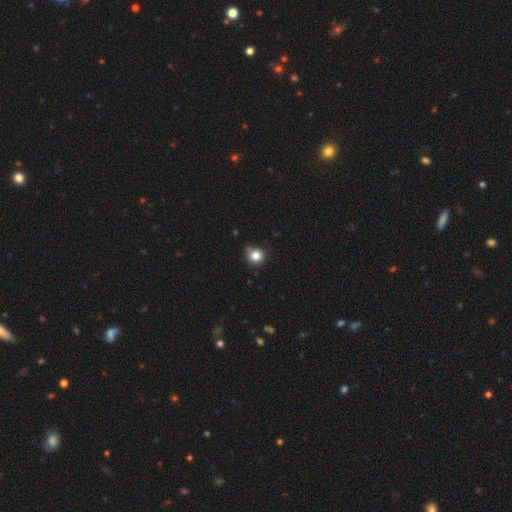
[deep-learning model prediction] Smooth or featured? Predicted: smooth (p=0.83). How rounded? Predicted: round (p=0.89). Merging? Predicted: none (p=0.75).